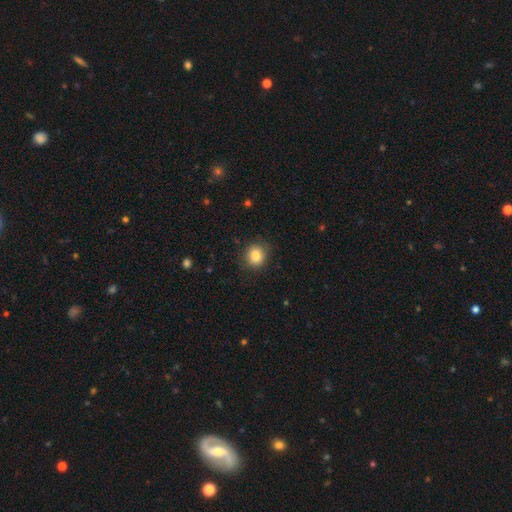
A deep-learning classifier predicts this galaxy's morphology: The model was most divided on "how rounded": round: 79%, in between: 20%, cigar-shaped: 1%. More confident: merging — none (85%); smooth or featured — smooth (84%).